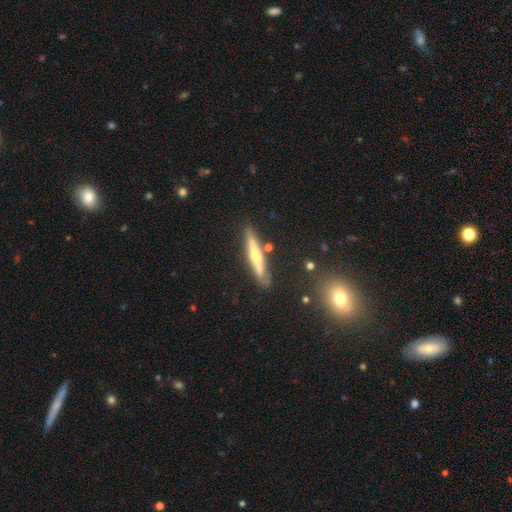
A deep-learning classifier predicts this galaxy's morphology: Smooth or featured? Predicted: featured or disk (p=0.61). Edge-on disk? Predicted: yes (p=0.94). Edge-on bulge? Predicted: rounded (p=0.73). Merging? Predicted: none (p=0.84).